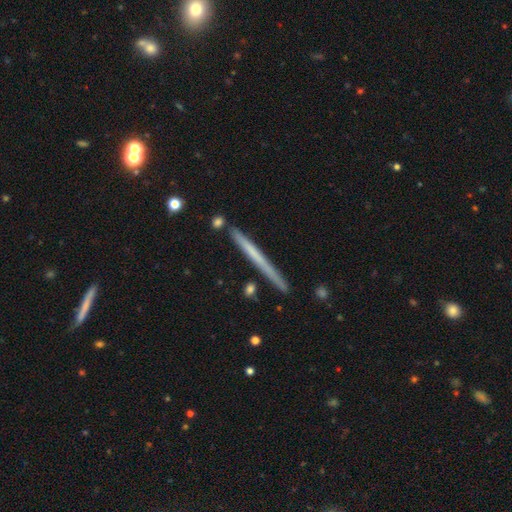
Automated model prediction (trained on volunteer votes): Morphology: type=featured or disk (50%); merging=none (88%).